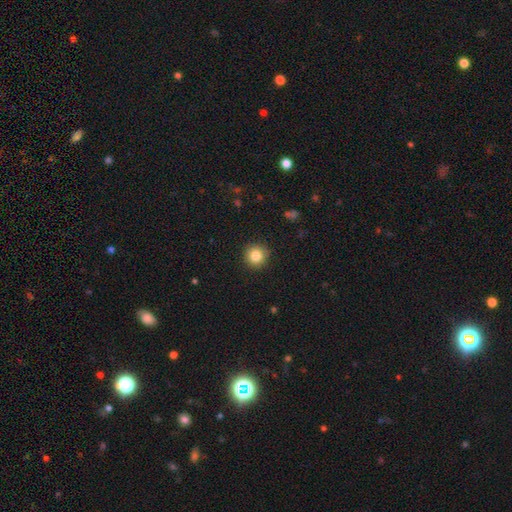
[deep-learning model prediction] This is clearly a smooth galaxy (83%). How rounded: clearly round (94%). Merging: clearly none (91%).